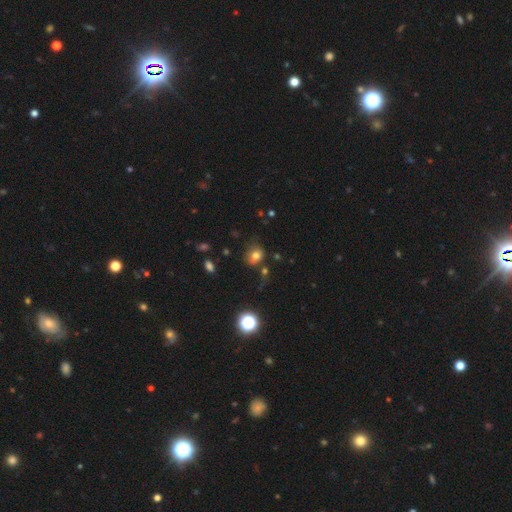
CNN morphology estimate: type=smooth (73%); roundness=round (55%); merging=none (61%).